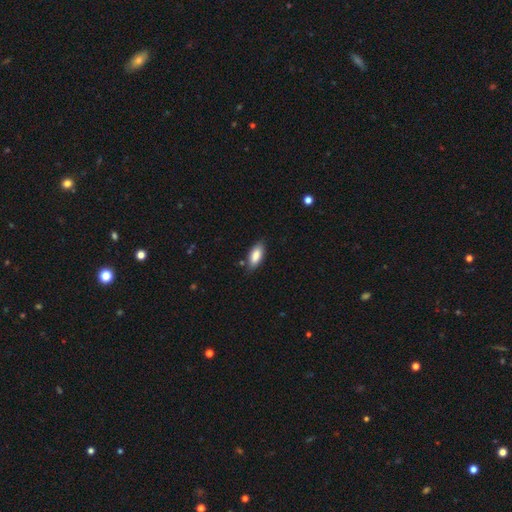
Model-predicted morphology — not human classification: Q: Smooth or featured?
A: smooth (86%); runner-up: featured or disk (8%)
Q: How rounded?
A: in between (86%); runner-up: cigar-shaped (12%)
Q: Merging?
A: none (80%); runner-up: minor disturbance (15%)